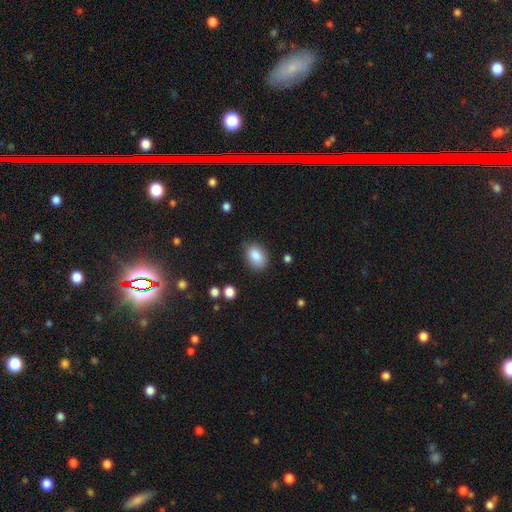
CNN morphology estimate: A smooth galaxy with no disk features (87%) that is in between round and cigar-shaped (81%). Merging: none (81%).